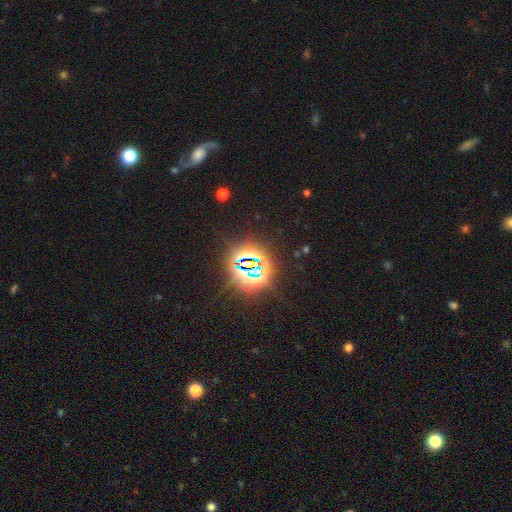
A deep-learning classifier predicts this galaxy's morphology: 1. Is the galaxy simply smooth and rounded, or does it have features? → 76% star or artifact, 13% smooth, 11% featured or disk.